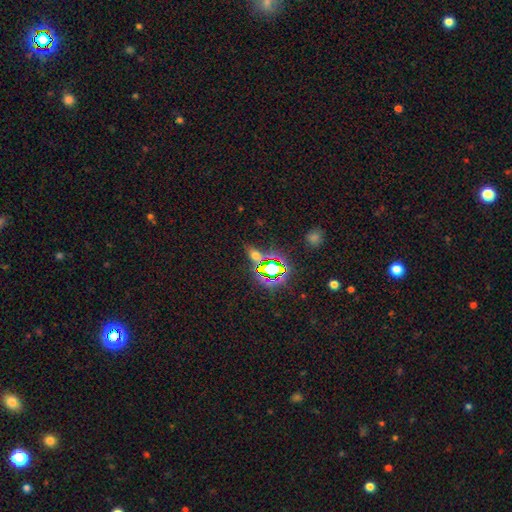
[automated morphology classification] smooth_or_featured: star or artifact (p=0.47) [alt: smooth p=0.40]